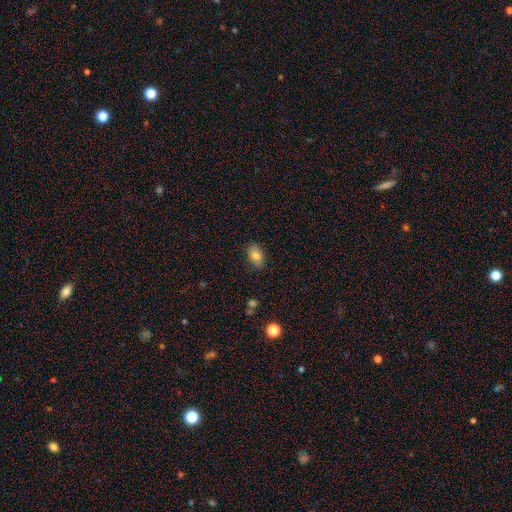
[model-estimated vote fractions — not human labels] Smooth or featured? Predicted: smooth (p=0.77). How rounded? Predicted: in between (p=0.86). Merging? Predicted: none (p=0.83).